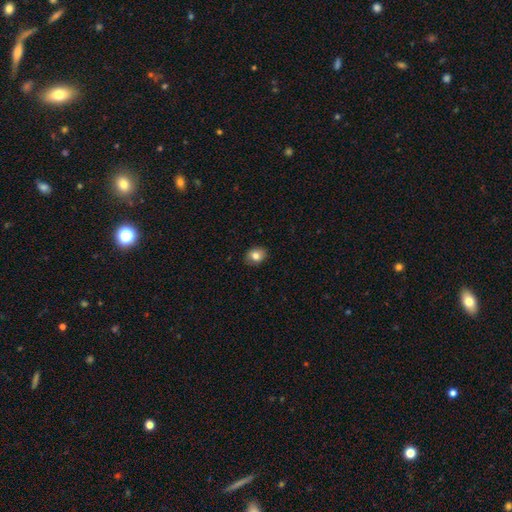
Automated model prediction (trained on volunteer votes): A smooth galaxy with no disk features (80%) that is in between round and cigar-shaped (62%).

Vote fractions:
- Smooth or featured? smooth: 80% / featured or disk: 11% / star or artifact: 9%
- How rounded? in between: 62% / round: 37% / cigar-shaped: 1%
- Merging? none: 86% / minor disturbance: 11% / major disturbance: 2% / merger: 1%